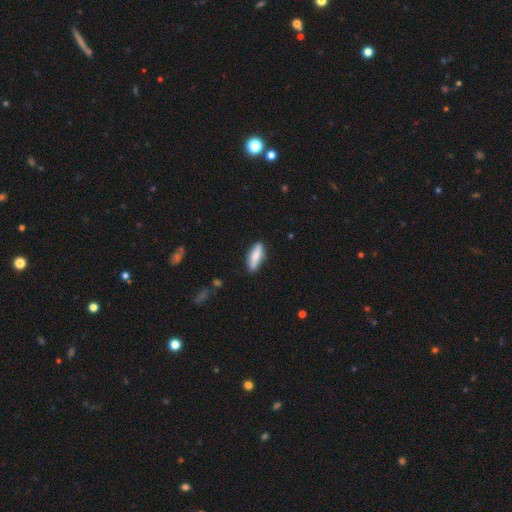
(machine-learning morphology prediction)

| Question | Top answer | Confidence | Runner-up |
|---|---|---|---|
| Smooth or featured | smooth | 78% | featured or disk (17%) |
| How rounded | cigar-shaped | 50% | in between (48%) |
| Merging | none | 83% | minor disturbance (13%) |